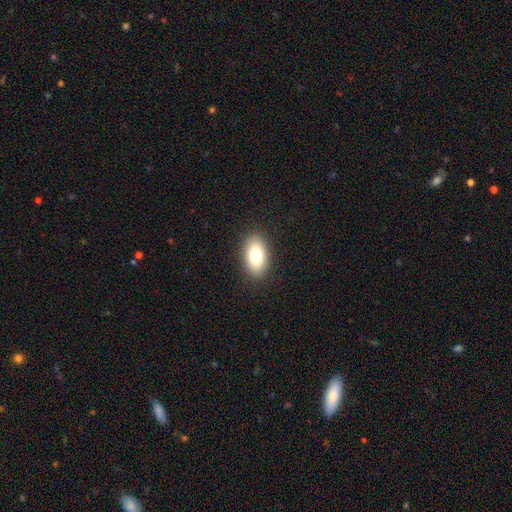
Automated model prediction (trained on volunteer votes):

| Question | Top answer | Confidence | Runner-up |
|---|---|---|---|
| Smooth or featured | smooth | 77% | featured or disk (15%) |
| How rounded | in between | 91% | round (7%) |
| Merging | none | 89% | minor disturbance (8%) |